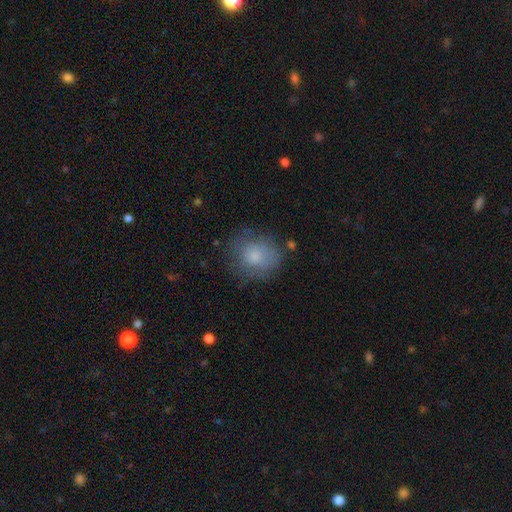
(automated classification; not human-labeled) Smooth or featured? Predicted: smooth (p=0.75). How rounded? Predicted: round (p=0.76). Merging? Predicted: none (p=0.67).